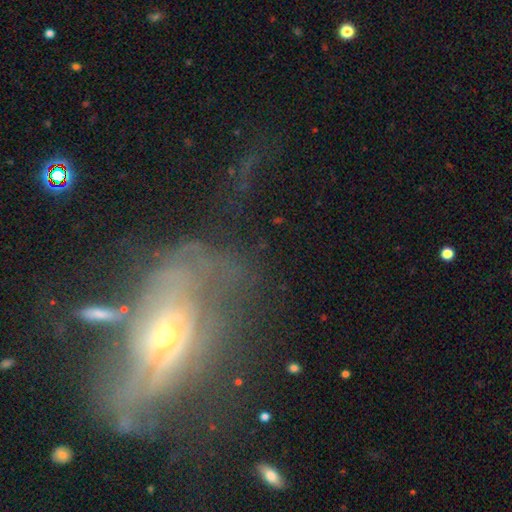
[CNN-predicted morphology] The model was most divided on "bulge size" (2-way tie): small: 46%, moderate: 46%, large: 4%, none: 2%, dominant: 2%. Remaining: edge-on disk — no (84%); bar — no (74%); smooth or featured — featured or disk (61%); spiral arms — no (58%); merging — major disturbance (43%).